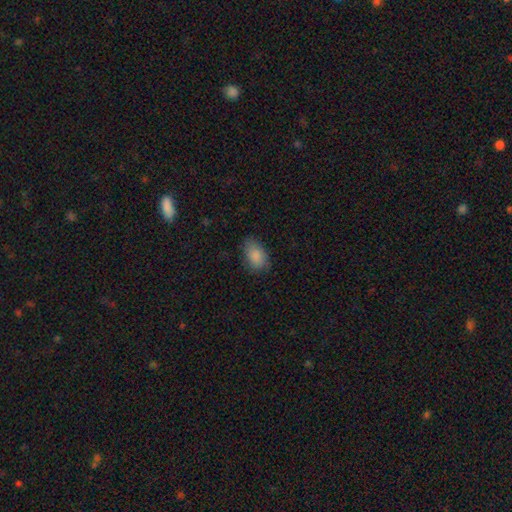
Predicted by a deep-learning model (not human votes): Smooth or featured?
  - smooth: 87% *
  - star or artifact: 7%
  - featured or disk: 5%
How rounded?
  - in between: 91% *
  - round: 8%
  - cigar-shaped: 2%
Merging?
  - none: 76% *
  - minor disturbance: 19%
  - major disturbance: 5%
  - merger: 1%